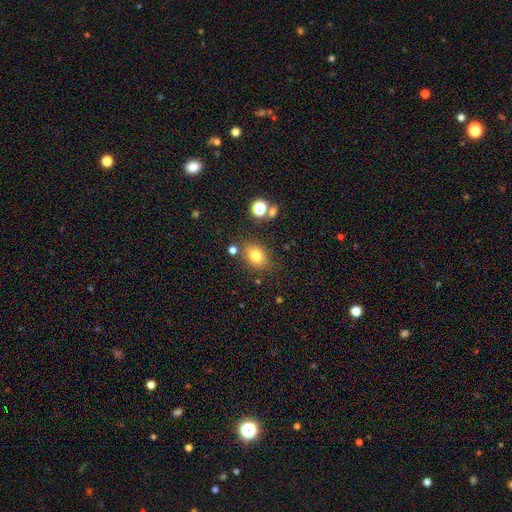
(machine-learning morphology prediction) This appears to be a smooth galaxy with no disk features (78%) that is in between round and cigar-shaped (52%). Merging: none (77%).